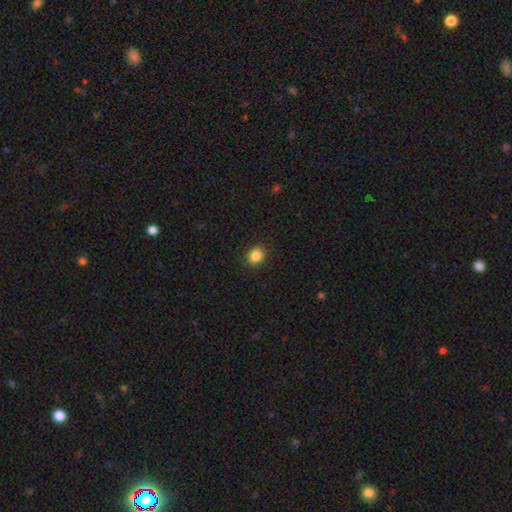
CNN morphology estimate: type=smooth (86%); roundness=round (72%); merging=none (90%).